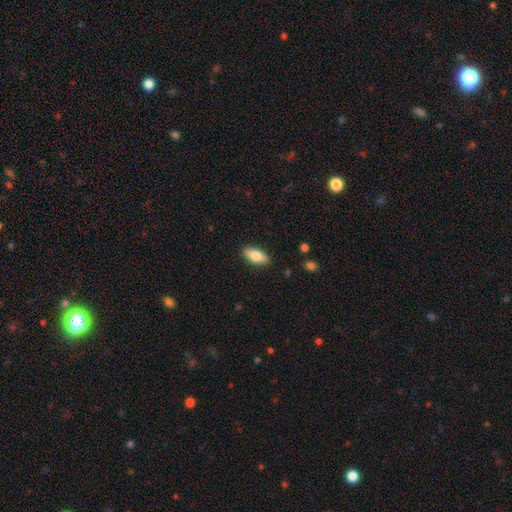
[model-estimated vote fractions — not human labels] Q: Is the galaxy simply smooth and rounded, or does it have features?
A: smooth — 79%.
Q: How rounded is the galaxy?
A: in between — 85%.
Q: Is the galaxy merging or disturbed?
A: none — 88%.